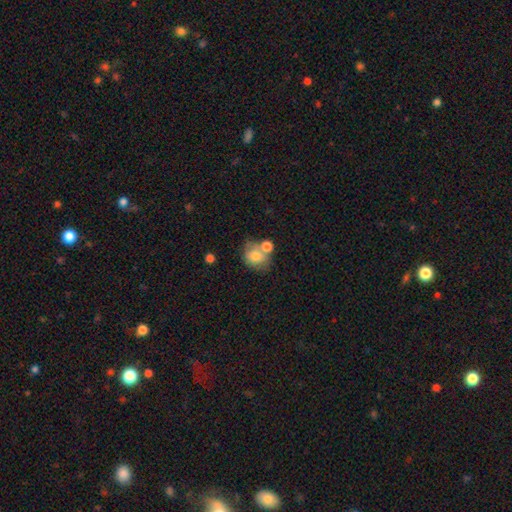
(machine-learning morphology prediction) smooth-or-featured: smooth: 74% | featured or disk: 18% | star or artifact: 9%
  how-rounded: round: 61% | in between: 38% | cigar-shaped: 1%
  merging: none: 43% | merger: 35% | minor disturbance: 16% | major disturbance: 7%